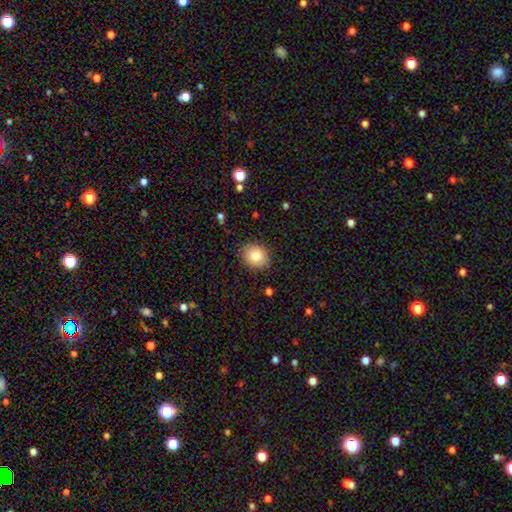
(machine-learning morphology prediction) Smooth or featured? Predicted: smooth (p=0.82). How rounded? Predicted: round (p=0.65). Merging? Predicted: none (p=0.86).